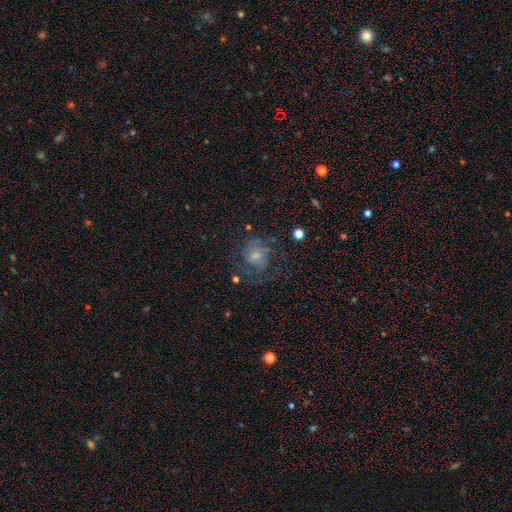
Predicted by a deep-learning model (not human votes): A featured or disk galaxy (58%) with no bar (71%), spiral arms (82%) and a small central bulge (45%). Merging: none (62%).